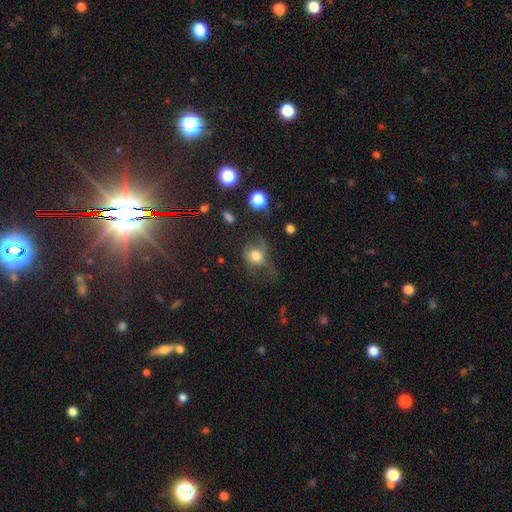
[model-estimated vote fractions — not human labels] Overall: smooth (63%; featured or disk 23%). How rounded: round (61%; in between 38%). Merging: major disturbance (38%; none 34%).